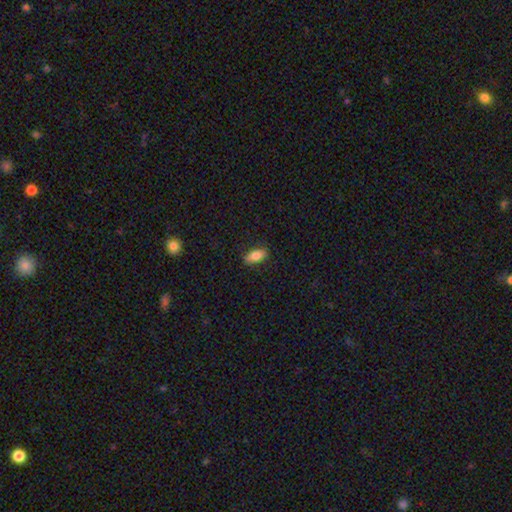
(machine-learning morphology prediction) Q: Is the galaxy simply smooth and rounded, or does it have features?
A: smooth — 78%.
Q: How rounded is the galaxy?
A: in between — 82%.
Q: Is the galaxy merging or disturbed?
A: none — 86%.